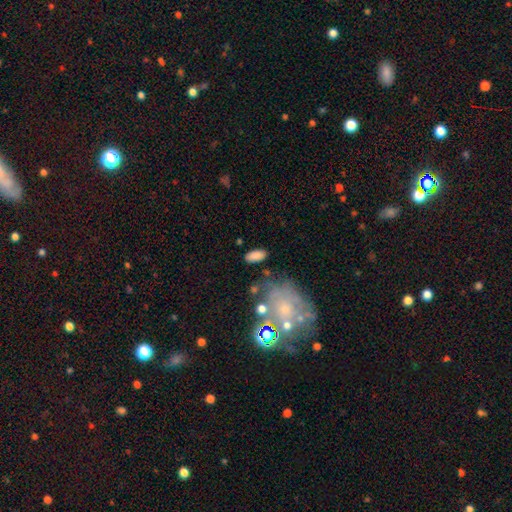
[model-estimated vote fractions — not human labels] Smooth or featured?
  - smooth: 83% *
  - featured or disk: 9%
  - star or artifact: 8%
How rounded?
  - in between: 89% *
  - cigar-shaped: 7%
  - round: 4%
Merging?
  - none: 76% *
  - minor disturbance: 14%
  - major disturbance: 5%
  - merger: 5%